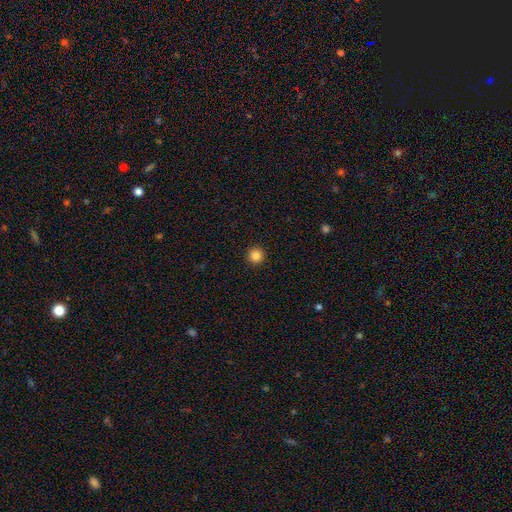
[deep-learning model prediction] Morphology: type=smooth (85%); roundness=round (95%); merging=none (93%).